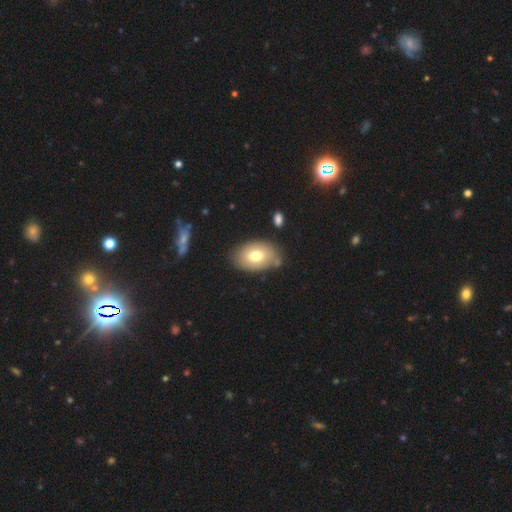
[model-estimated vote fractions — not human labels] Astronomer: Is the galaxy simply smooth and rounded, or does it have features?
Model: smooth — 73%.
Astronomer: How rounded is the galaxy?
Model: in between — 88%.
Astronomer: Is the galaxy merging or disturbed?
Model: none — 74%.